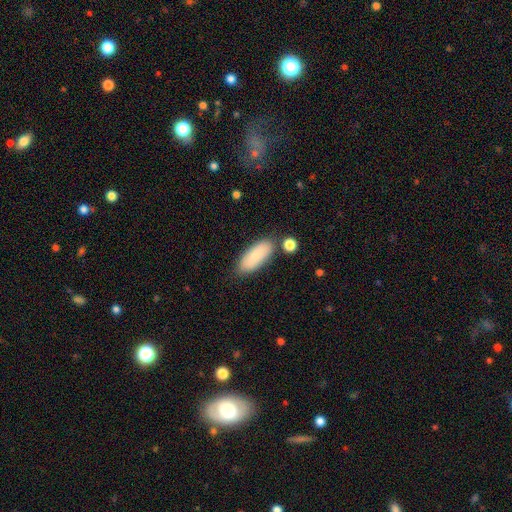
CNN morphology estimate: The model was most divided on "how rounded": in between: 79%, cigar-shaped: 19%, round: 2%. More confident: smooth or featured — smooth (85%); merging — none (78%).